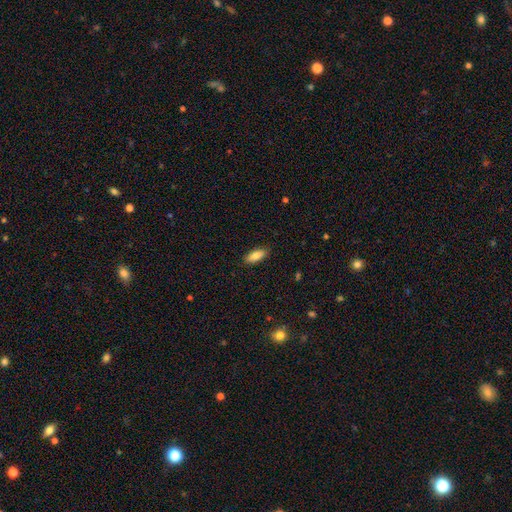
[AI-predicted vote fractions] Smooth or featured? smooth (85%)
How rounded? in between (80%)
Merging? none (88%)